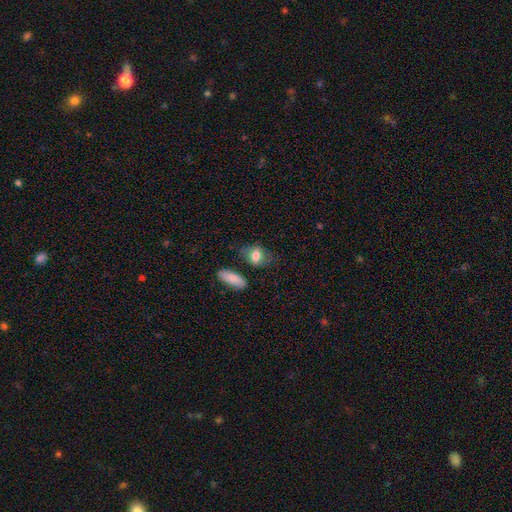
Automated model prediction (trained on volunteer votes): Smooth or featured? smooth (78%)
How rounded? in between (79%)
Merging? none (64%)